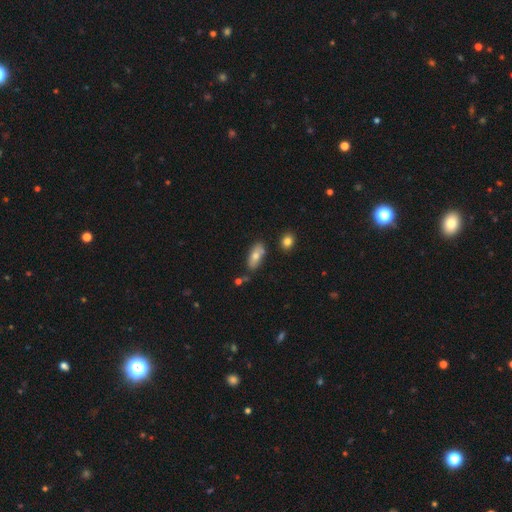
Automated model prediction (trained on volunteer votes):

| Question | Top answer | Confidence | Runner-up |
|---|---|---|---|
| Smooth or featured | smooth | 72% | featured or disk (20%) |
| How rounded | in between | 83% | cigar-shaped (14%) |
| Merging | none | 70% | minor disturbance (18%) |